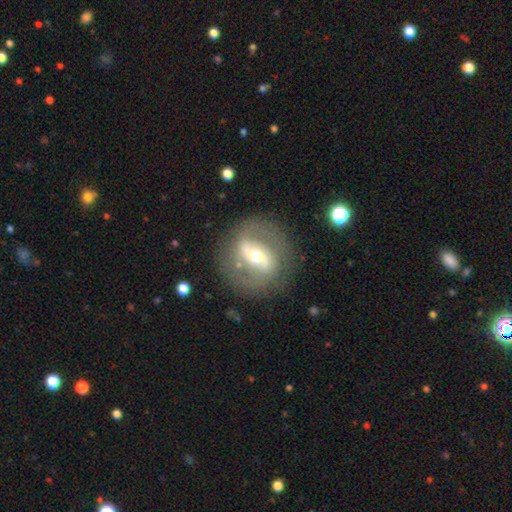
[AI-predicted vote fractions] Smooth or featured? Predicted: featured or disk (p=0.77). Edge-on disk? Predicted: no (p=0.95). Bar? Predicted: strong (p=0.45). Spiral arms? Predicted: yes (p=0.75). Spiral winding? Predicted: medium (p=0.47). Spiral arm count? Predicted: 2 (p=0.85). Bulge size? Predicted: moderate (p=0.66). Merging? Predicted: none (p=0.80).